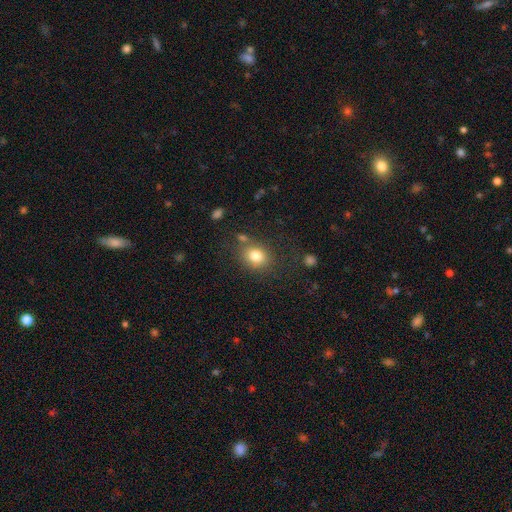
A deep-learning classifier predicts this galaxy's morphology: Smooth or featured: smooth — 79% (star or artifact — 12%)
How rounded: round — 62% (in between — 37%)
Merging: none — 74% (minor disturbance — 13%)